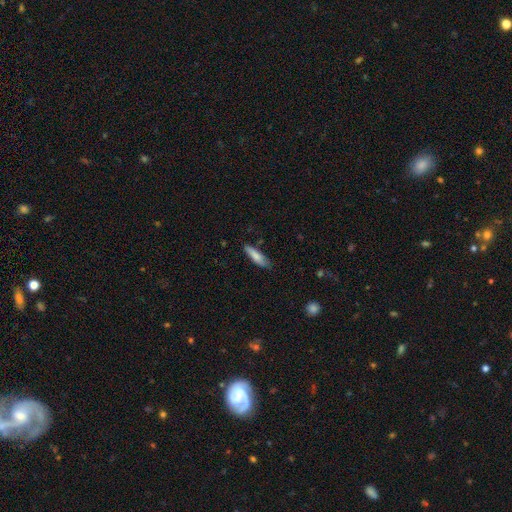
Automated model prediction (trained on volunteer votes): Overall: smooth (78%). How rounded: cigar-shaped (71%). Merging: none (75%).